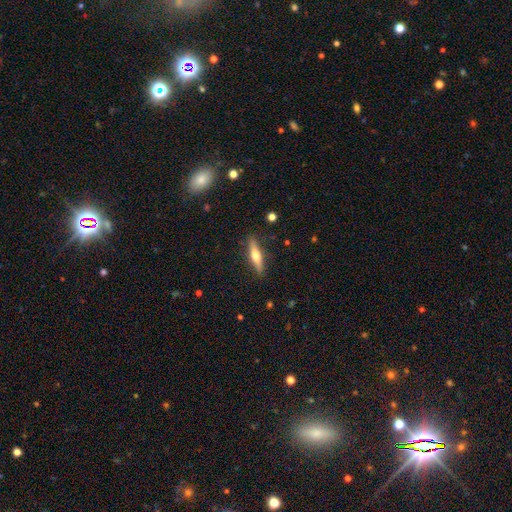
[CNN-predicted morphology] Smooth or featured? featured or disk (47%, tied with smooth)
Merging? none (87%)